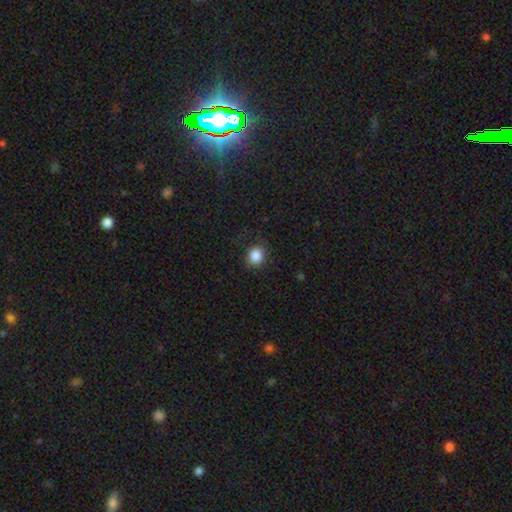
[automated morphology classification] Overall: smooth (86%). How rounded: round (75%). Merging: none (83%).